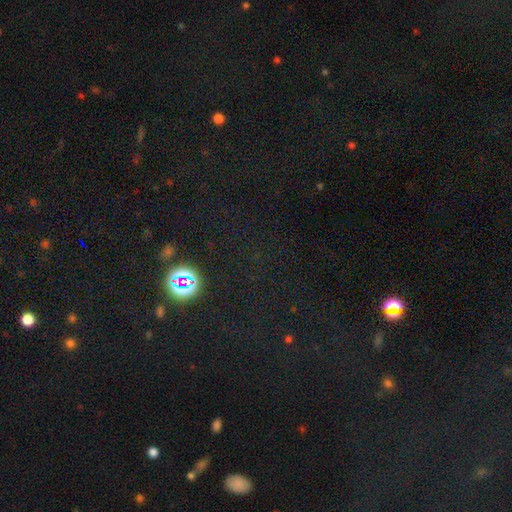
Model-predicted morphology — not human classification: Q: Smooth or featured?
A: star or artifact (72%); runner-up: smooth (20%)